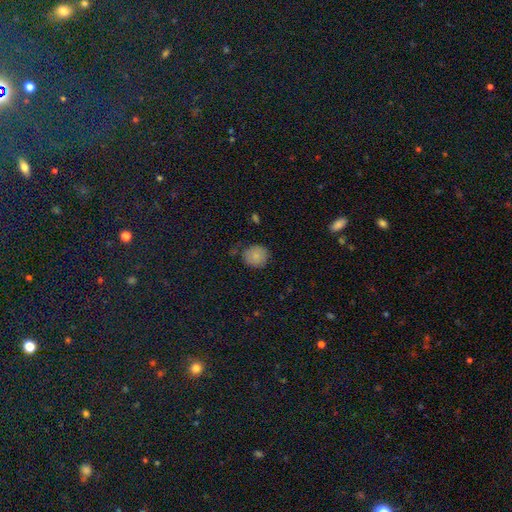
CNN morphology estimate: This is clearly a smooth galaxy (82%). How rounded: clearly round (81%). Merging: likely none (71%).